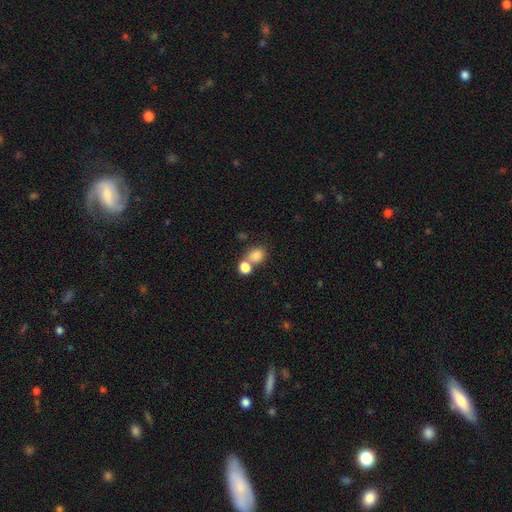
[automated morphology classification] smooth 82%, star or artifact 11%, featured or disk 7%. Down the decision tree: how rounded — round (55%); merging — none (46%).